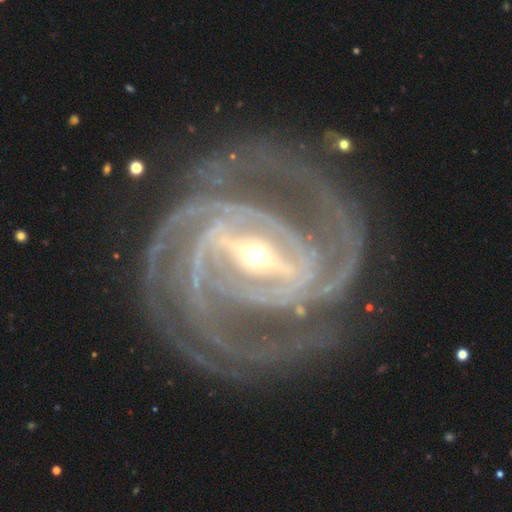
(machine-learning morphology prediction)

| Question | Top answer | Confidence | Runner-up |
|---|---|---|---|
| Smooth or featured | featured or disk | 94% | star or artifact (4%) |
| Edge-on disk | no | 97% | yes (3%) |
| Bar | strong | 75% | weak (20%) |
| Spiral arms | yes | 99% | no (1%) |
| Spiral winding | tight | 64% | medium (31%) |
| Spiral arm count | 2 | 28% | 3 (25%) |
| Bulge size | small | 56% | moderate (40%) |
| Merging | none | 77% | minor disturbance (14%) |